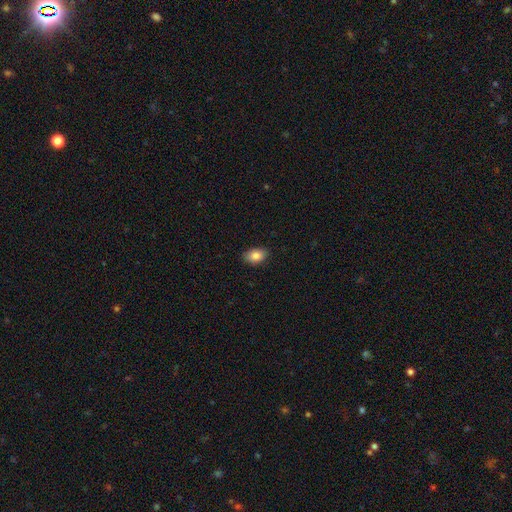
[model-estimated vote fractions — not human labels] Smooth or featured? Predicted: smooth (p=0.86). How rounded? Predicted: in between (p=0.86). Merging? Predicted: none (p=0.87).